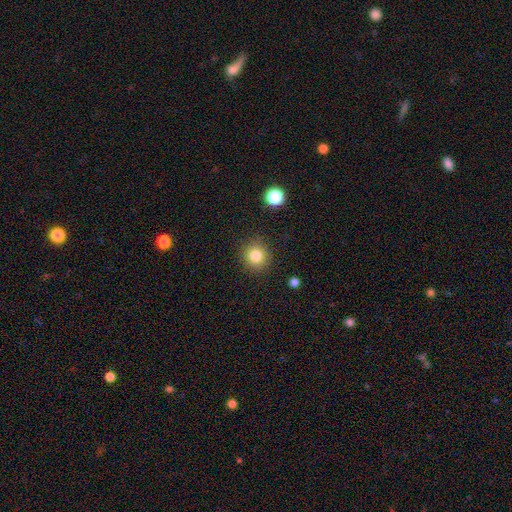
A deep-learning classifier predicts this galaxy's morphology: Smooth or featured?
  - smooth: 83% *
  - star or artifact: 11%
  - featured or disk: 6%
How rounded?
  - round: 91% *
  - in between: 8%
  - cigar-shaped: 1%
Merging?
  - none: 88% *
  - minor disturbance: 8%
  - major disturbance: 3%
  - merger: 2%